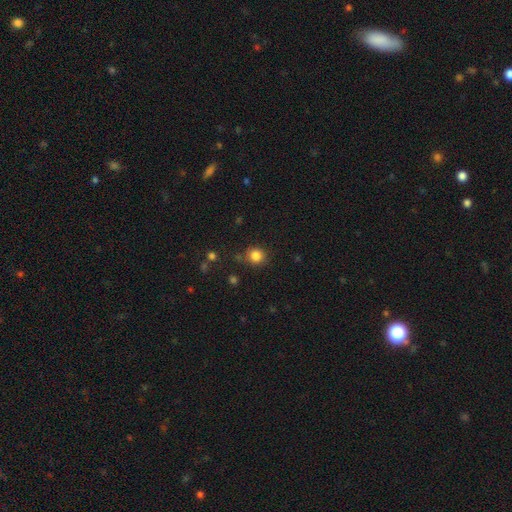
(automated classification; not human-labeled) smooth-or-featured: smooth: 84% | star or artifact: 12% | featured or disk: 4%
  how-rounded: round: 89% | in between: 10% | cigar-shaped: 1%
  merging: none: 81% | minor disturbance: 12% | merger: 4% | major disturbance: 3%